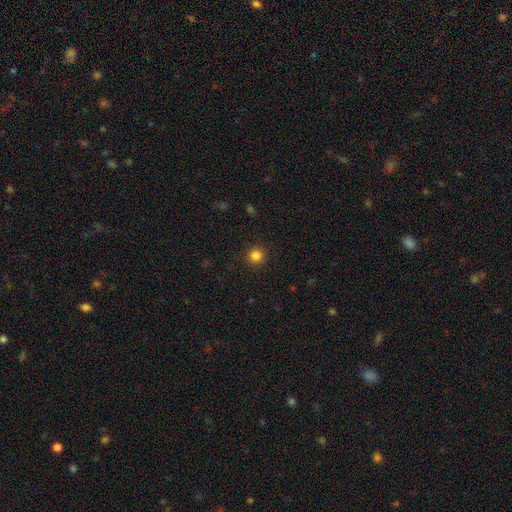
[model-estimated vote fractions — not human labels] A smooth galaxy with no disk features (83%) that is round (94%).

Vote fractions:
- Smooth or featured? smooth: 83% / star or artifact: 13% / featured or disk: 4%
- How rounded? round: 94% / in between: 5% / cigar-shaped: 1%
- Merging? none: 91% / minor disturbance: 6% / major disturbance: 2% / merger: 1%